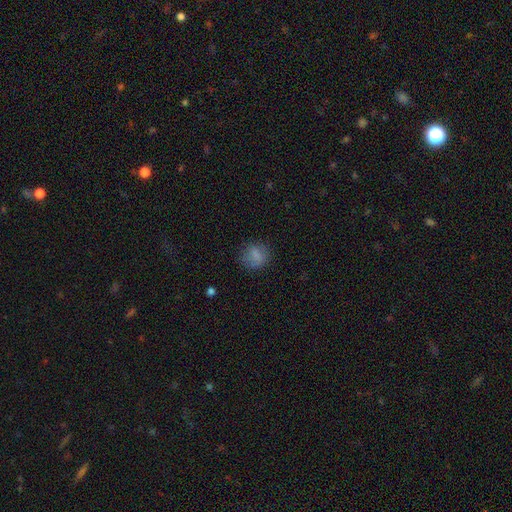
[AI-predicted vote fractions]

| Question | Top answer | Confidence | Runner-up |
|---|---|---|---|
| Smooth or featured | smooth | 78% | featured or disk (11%) |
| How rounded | round | 72% | in between (27%) |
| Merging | none | 71% | minor disturbance (19%) |